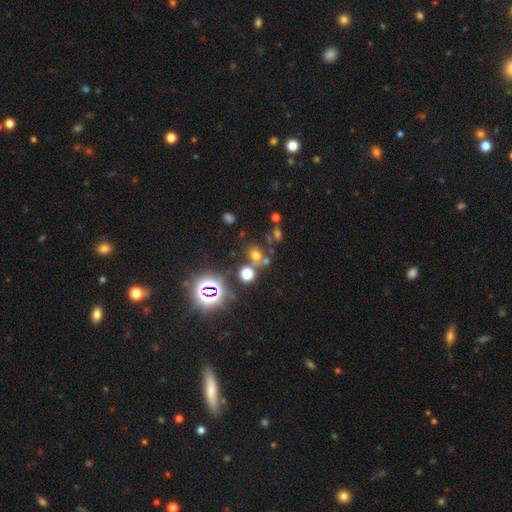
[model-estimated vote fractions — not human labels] Smooth or featured? Predicted: smooth (p=0.52). How rounded? Predicted: round (p=0.72). Merging? Predicted: none (p=0.63).